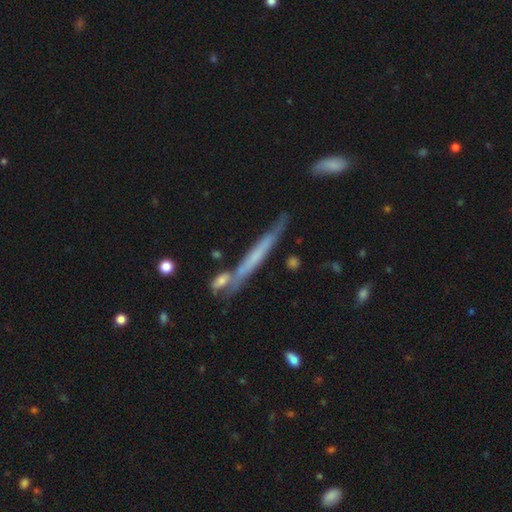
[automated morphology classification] Smooth or featured: featured or disk — 55% (smooth — 38%)
Edge-on disk: yes — 91% (no — 9%)
Merging: none — 65% (minor disturbance — 16%)